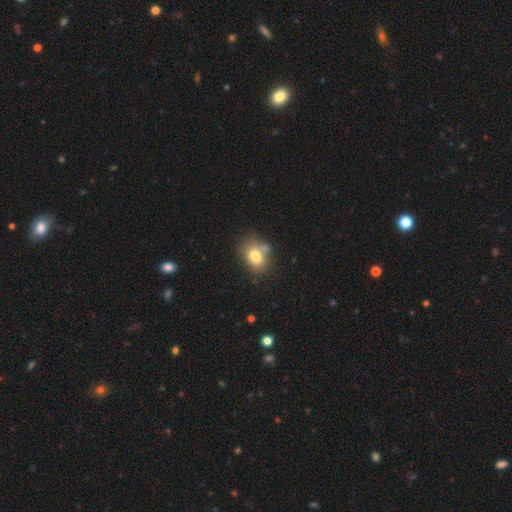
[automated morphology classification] smooth_or_featured: smooth (p=0.77) [alt: featured or disk p=0.13]
how_rounded: in between (p=0.53) [alt: round p=0.46]
merging: none (p=0.61) [alt: minor disturbance p=0.17]